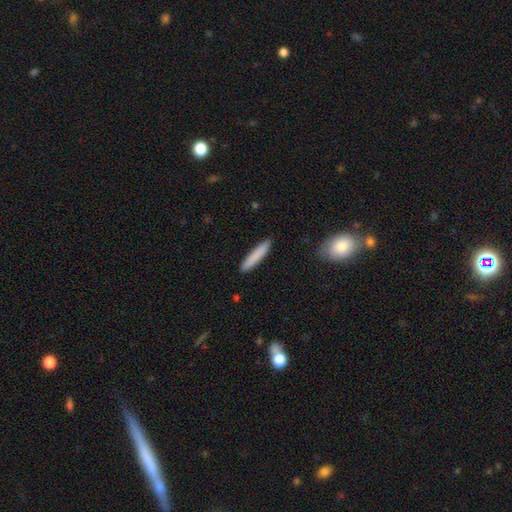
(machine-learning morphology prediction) Overall: smooth (83%). How rounded: cigar-shaped (91%). Merging: none (90%).